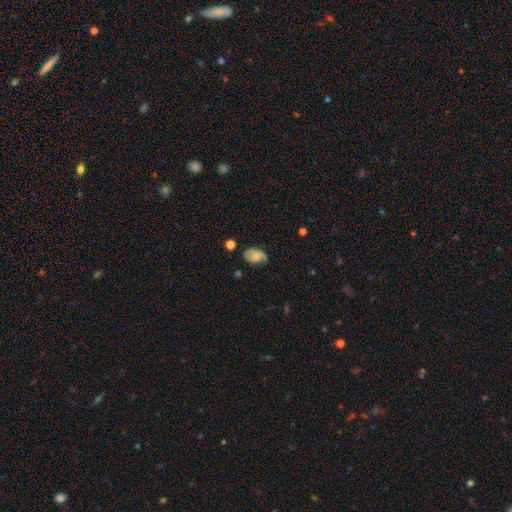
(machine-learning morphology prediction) A smooth galaxy with no disk features (55%) that is in between round and cigar-shaped (86%).

Vote fractions:
- Smooth or featured? smooth: 55% / featured or disk: 35% / star or artifact: 10%
- How rounded? in between: 86% / round: 12% / cigar-shaped: 2%
- Merging? none: 57% / minor disturbance: 30% / major disturbance: 10% / merger: 3%